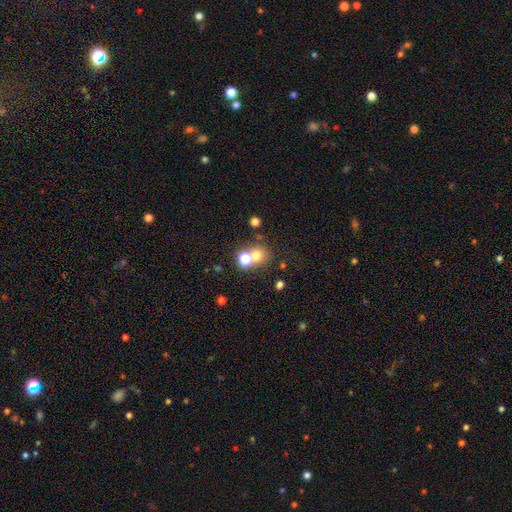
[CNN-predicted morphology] smooth-or-featured: smooth: 69% | star or artifact: 18% | featured or disk: 13%
  how-rounded: round: 79% | in between: 20% | cigar-shaped: 1%
  merging: none: 48% | merger: 41% | minor disturbance: 7% | major disturbance: 4%